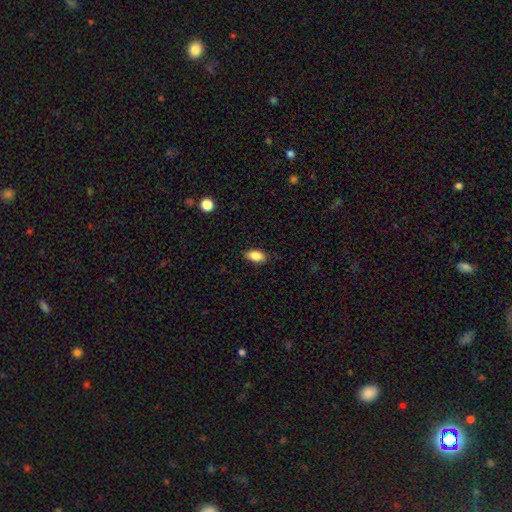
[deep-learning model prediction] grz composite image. It shows a smooth galaxy with no disk features (86%) that is in between round and cigar-shaped (90%). Merging: none (85%).